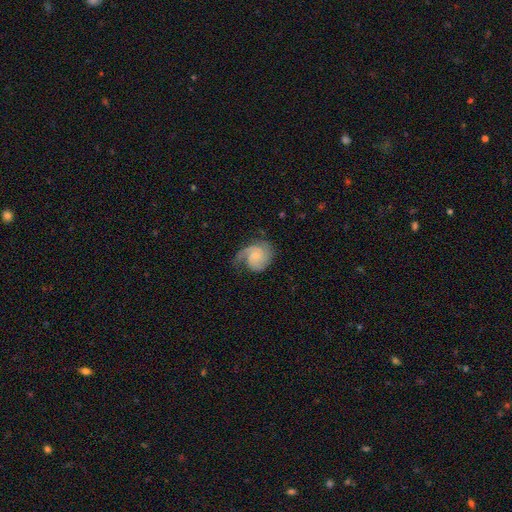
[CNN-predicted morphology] A featured or disk galaxy (79%) with no bar (67%), 2 (48%) medium (43%) spiral arms (96%) and a small central bulge (61%).

Vote fractions:
- Smooth or featured? featured or disk: 79% / smooth: 15% / star or artifact: 6%
- Edge-on disk? no: 98% / yes: 2%
- Bar? no: 67% / weak: 29% / strong: 4%
- Spiral arms? yes: 96% / no: 4%
- Spiral winding? medium: 43% / tight: 41% / loose: 17%
- Spiral arm count? 2: 48% / 1: 24% / 3: 14% / can't tell: 10% / 4: 3% / more than 4: 2%
- Bulge size? small: 61% / moderate: 18% / none: 17% / large: 2% / dominant: 1%
- Merging? none: 56% / minor disturbance: 24% / major disturbance: 19% / merger: 2%